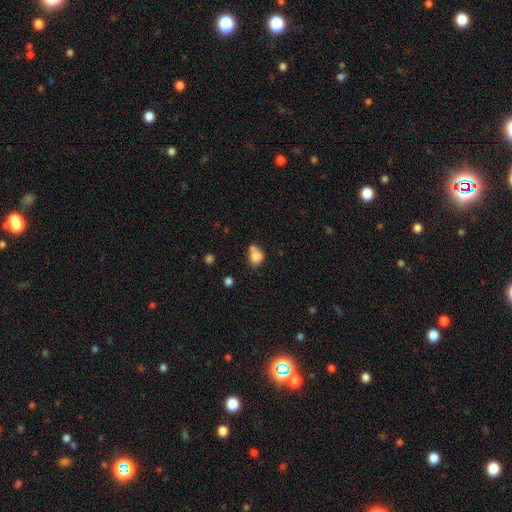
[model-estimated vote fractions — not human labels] The model was most divided on "merging": none: 36%, merger: 34%, minor disturbance: 22%, major disturbance: 9%. More confident: smooth or featured — smooth (78%); how rounded — in between (62%).